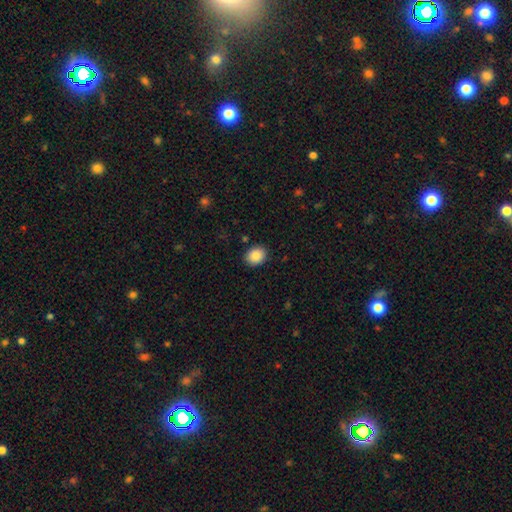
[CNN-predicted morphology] A smooth galaxy with no disk features (88%) that is round (54%). Merging: none (89%).